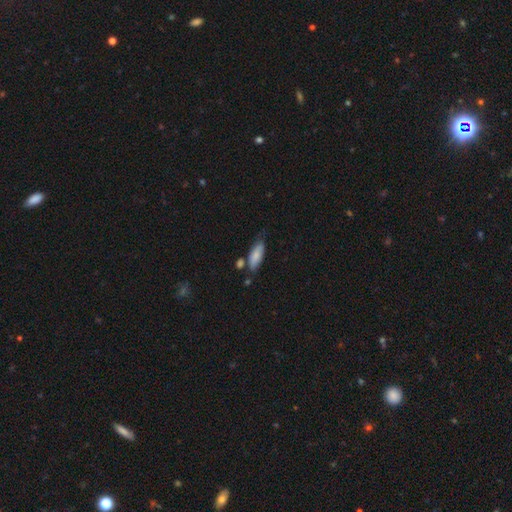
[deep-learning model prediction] A smooth galaxy with no disk features (79%) that is in between round and cigar-shaped (74%).

Vote fractions:
- Smooth or featured? smooth: 79% / featured or disk: 15% / star or artifact: 6%
- How rounded? in between: 74% / cigar-shaped: 24% / round: 2%
- Merging? none: 58% / minor disturbance: 26% / merger: 10% / major disturbance: 6%